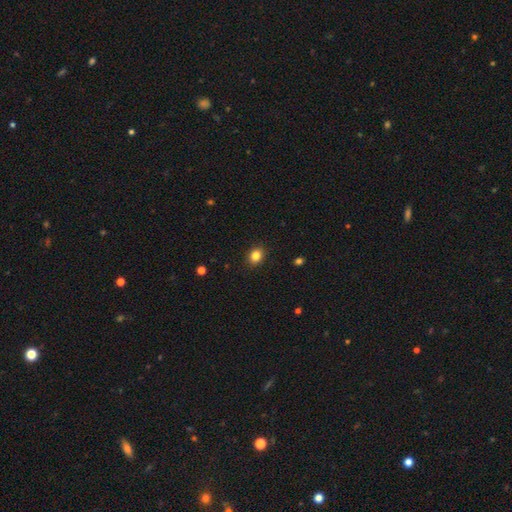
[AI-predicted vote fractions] The model was most divided on "how rounded": round: 57%, in between: 42%, cigar-shaped: 1%. More confident: merging — none (90%); smooth or featured — smooth (84%).